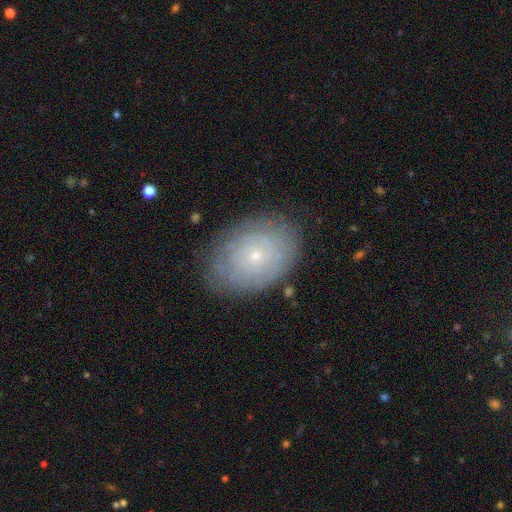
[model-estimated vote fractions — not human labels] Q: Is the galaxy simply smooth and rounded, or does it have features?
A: featured or disk — 58%.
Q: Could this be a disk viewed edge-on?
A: no — 95%.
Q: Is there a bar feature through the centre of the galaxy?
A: no — 89%.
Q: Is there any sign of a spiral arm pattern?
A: yes — 65%.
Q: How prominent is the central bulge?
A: small — 84%.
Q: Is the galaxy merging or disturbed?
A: none — 80%.